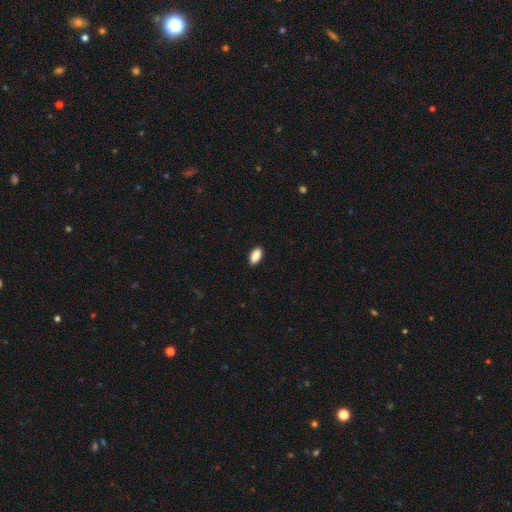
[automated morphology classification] This appears to be a smooth galaxy with no disk features (90%) that is in between round and cigar-shaped (93%). Merging: none (90%).